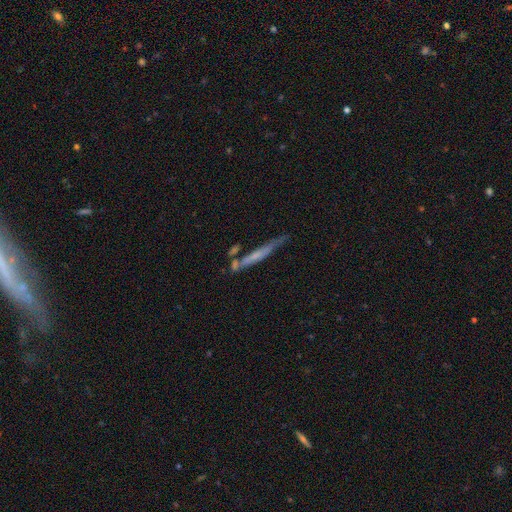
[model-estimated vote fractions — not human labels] Smooth or featured: featured or disk — 51% (smooth — 40%)
Edge-on disk: yes — 88% (no — 12%)
Merging: none — 61% (minor disturbance — 19%)